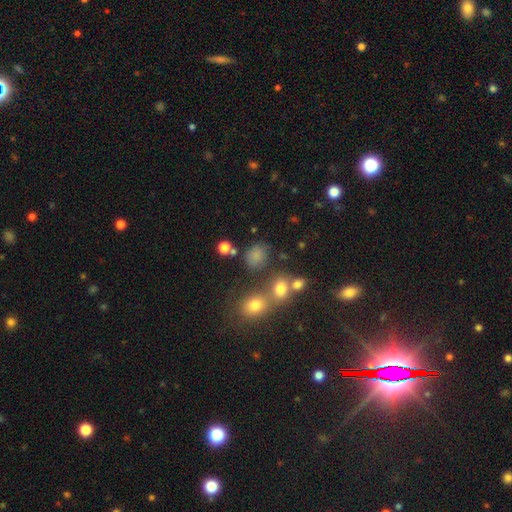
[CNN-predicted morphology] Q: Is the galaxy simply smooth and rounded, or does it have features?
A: smooth — 76%.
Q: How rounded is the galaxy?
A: round — 60%.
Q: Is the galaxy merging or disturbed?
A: none — 64%.